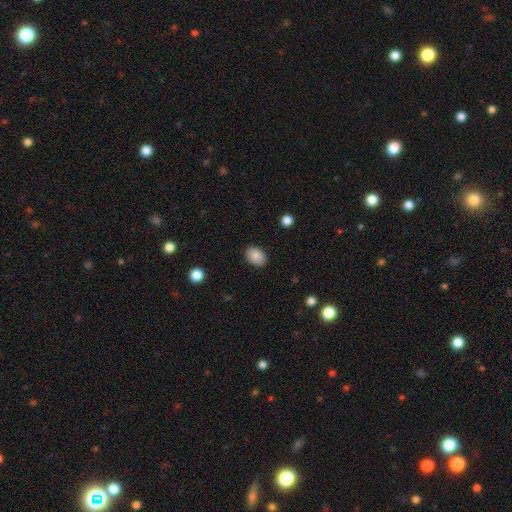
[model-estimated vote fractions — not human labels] Q: Smooth or featured?
A: smooth (87%); runner-up: star or artifact (8%)
Q: How rounded?
A: in between (76%); runner-up: round (23%)
Q: Merging?
A: none (88%); runner-up: minor disturbance (9%)